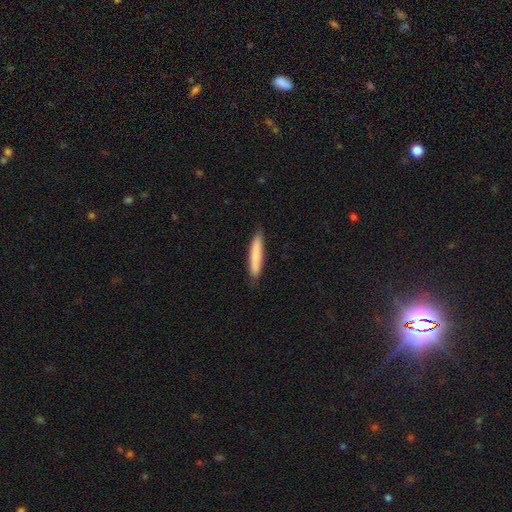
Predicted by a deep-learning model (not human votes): The model was most divided on "smooth or featured": smooth: 79%, featured or disk: 15%, star or artifact: 6%. More confident: how rounded — cigar-shaped (91%); merging — none (85%).